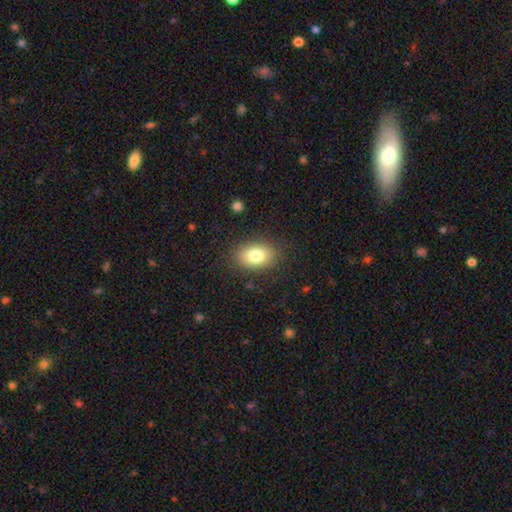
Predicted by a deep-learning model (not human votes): Smooth or featured? Predicted: smooth (p=0.81). How rounded? Predicted: in between (p=0.81). Merging? Predicted: none (p=0.86).